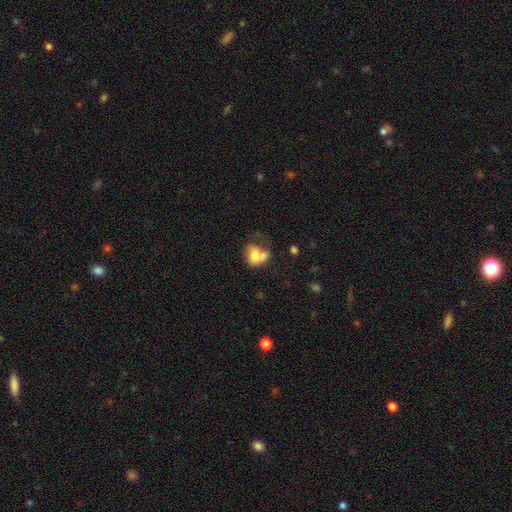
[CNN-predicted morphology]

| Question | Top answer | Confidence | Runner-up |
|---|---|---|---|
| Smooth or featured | smooth | 67% | featured or disk (24%) |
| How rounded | in between | 63% | round (36%) |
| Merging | merger | 41% | none (22%) |